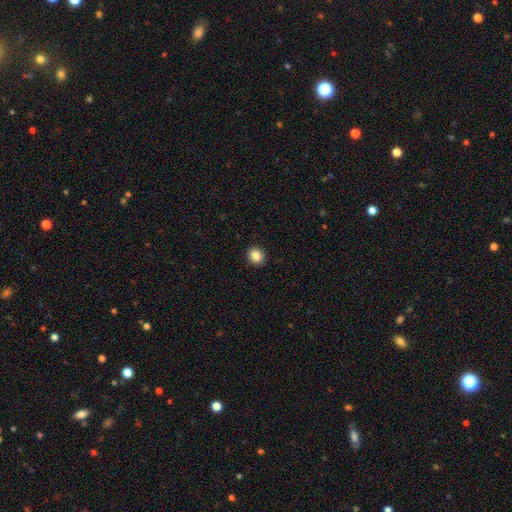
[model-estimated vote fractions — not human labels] This appears to be a smooth galaxy with no disk features (86%) that is round (81%). Merging: none (92%).